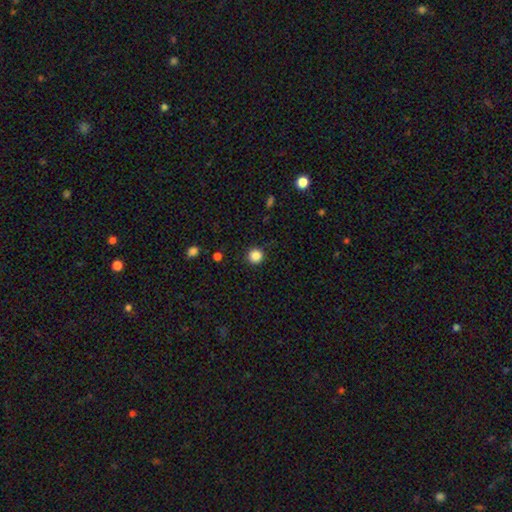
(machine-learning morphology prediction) Smooth or featured: smooth — 86% (star or artifact — 11%)
How rounded: round — 94% (in between — 5%)
Merging: none — 89% (minor disturbance — 7%)